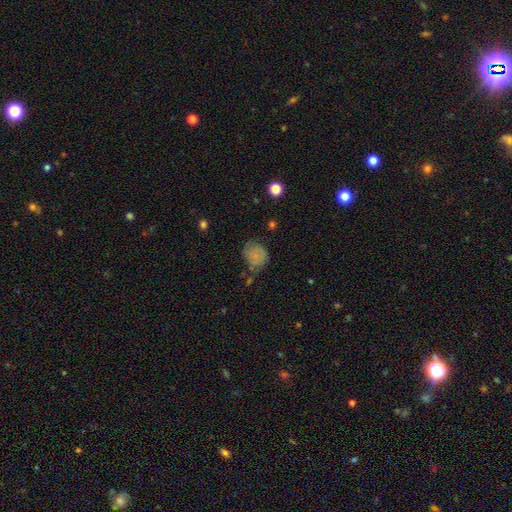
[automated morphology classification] A smooth galaxy with no disk features (76%) that is round (70%). Merging: none (57%).